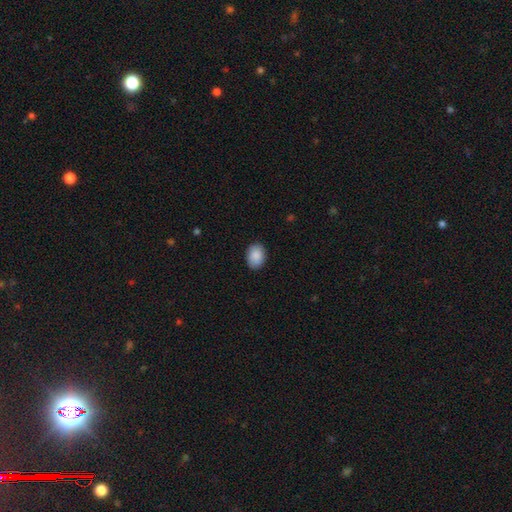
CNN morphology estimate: This is clearly a smooth galaxy (89%). How rounded: likely in between (75%). Merging: clearly none (88%).